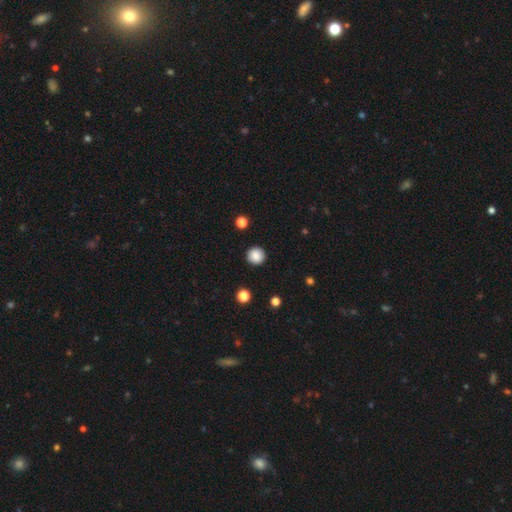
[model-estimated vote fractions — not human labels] The model was most divided on "smooth or featured": smooth: 86%, star or artifact: 9%, featured or disk: 4%. More confident: how rounded — round (95%); merging — none (92%).